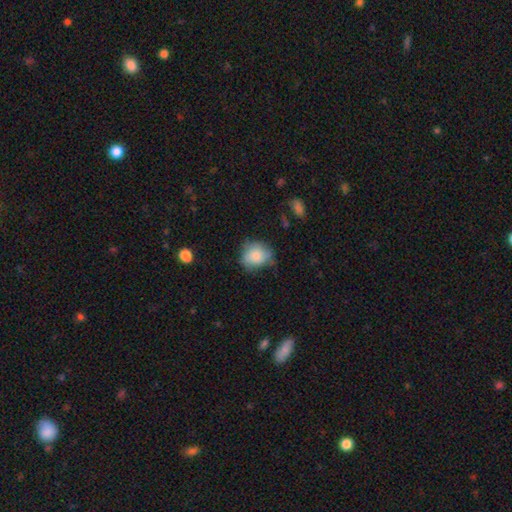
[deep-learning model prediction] A smooth galaxy with no disk features (79%) that is round (66%).

Vote fractions:
- Smooth or featured? smooth: 79% / featured or disk: 13% / star or artifact: 8%
- How rounded? round: 66% / in between: 33% / cigar-shaped: 1%
- Merging? none: 55% / minor disturbance: 32% / major disturbance: 10% / merger: 3%